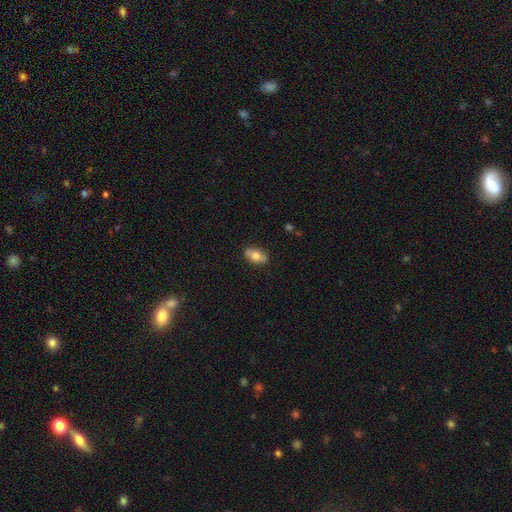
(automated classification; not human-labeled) The model was most divided on "smooth or featured": smooth: 71%, featured or disk: 22%, star or artifact: 7%. More confident: how rounded — in between (88%); merging — none (85%).